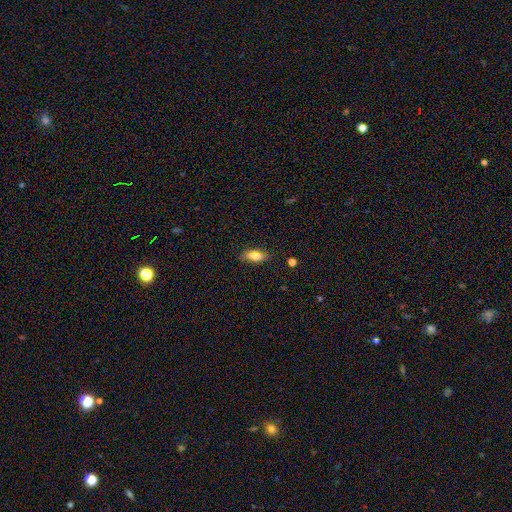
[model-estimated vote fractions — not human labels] Smooth or featured? Predicted: smooth (p=0.69). How rounded? Predicted: in between (p=0.81). Merging? Predicted: none (p=0.82).